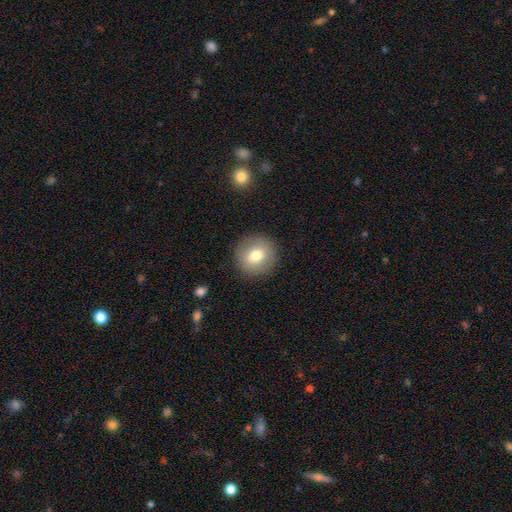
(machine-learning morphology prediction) Smooth or featured? Predicted: smooth (p=0.75). How rounded? Predicted: round (p=0.92). Merging? Predicted: none (p=0.90).